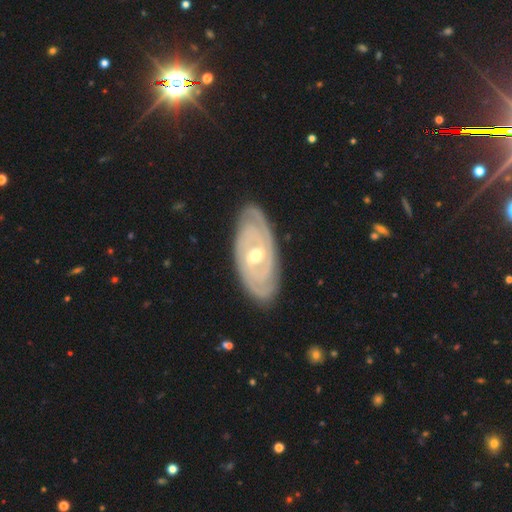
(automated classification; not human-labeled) smooth_or_featured: featured or disk (p=0.87) [alt: smooth p=0.09]
disk_edge_on: no (p=0.93) [alt: yes p=0.07]
bar: weak (p=0.43) [alt: no p=0.41]
has_spiral_arms: yes (p=0.95) [alt: no p=0.05]
spiral_winding: tight (p=0.79) [alt: medium p=0.18]
spiral_arm_count: 2 (p=0.35) [alt: can't tell p=0.27]
bulge_size: moderate (p=0.58) [alt: small p=0.38]
merging: none (p=0.83) [alt: minor disturbance p=0.13]